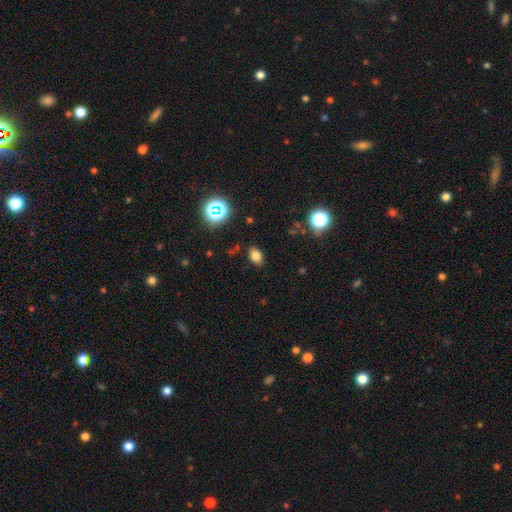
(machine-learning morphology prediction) type=smooth (77%); roundness=in between (81%); merging=none (85%).